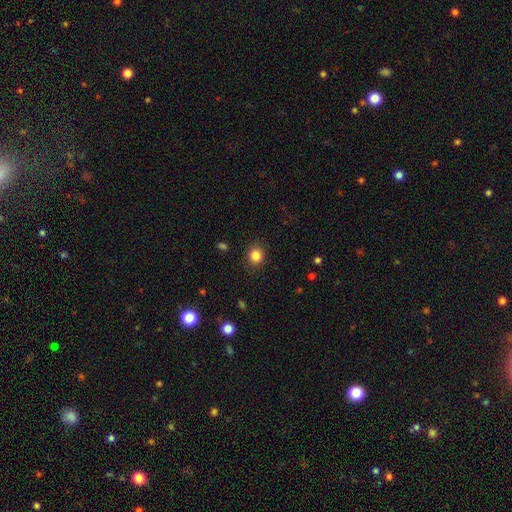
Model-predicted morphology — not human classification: Smooth or featured: smooth — 85% (star or artifact — 11%)
How rounded: round — 80% (in between — 19%)
Merging: none — 88% (minor disturbance — 8%)